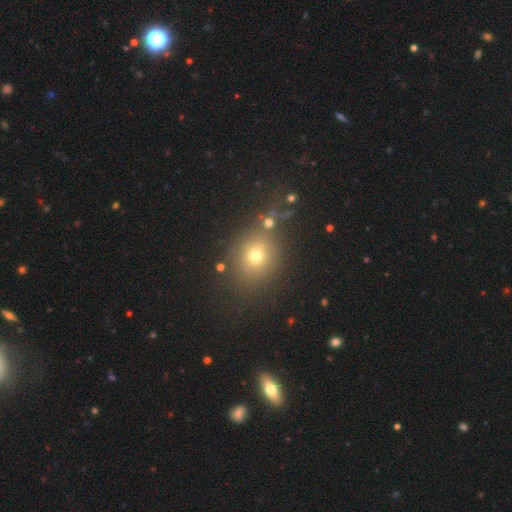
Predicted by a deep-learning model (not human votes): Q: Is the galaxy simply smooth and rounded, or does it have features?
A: smooth — 65%.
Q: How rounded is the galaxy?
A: round — 69%.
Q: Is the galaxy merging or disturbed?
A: none — 74%.